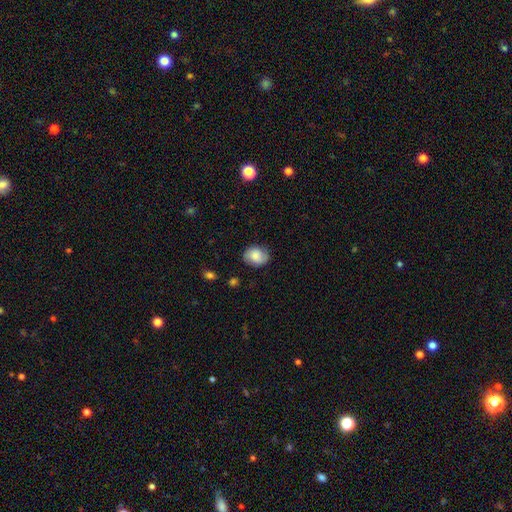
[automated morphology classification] Overall: smooth (67%). How rounded: round (56%; in between 43%). Merging: none (78%).